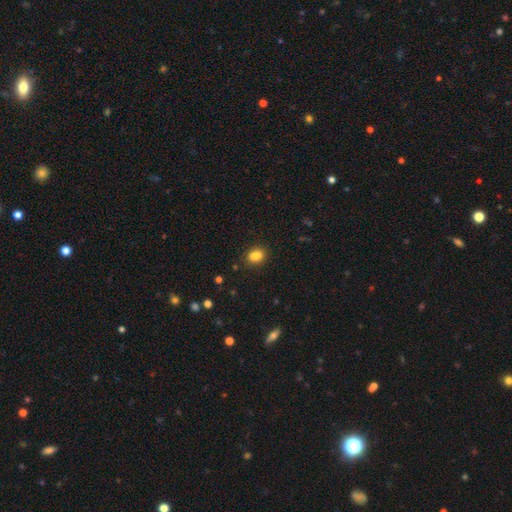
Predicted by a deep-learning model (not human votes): Smooth or featured? Predicted: smooth (p=0.82). How rounded? Predicted: in between (p=0.70). Merging? Predicted: none (p=0.68).